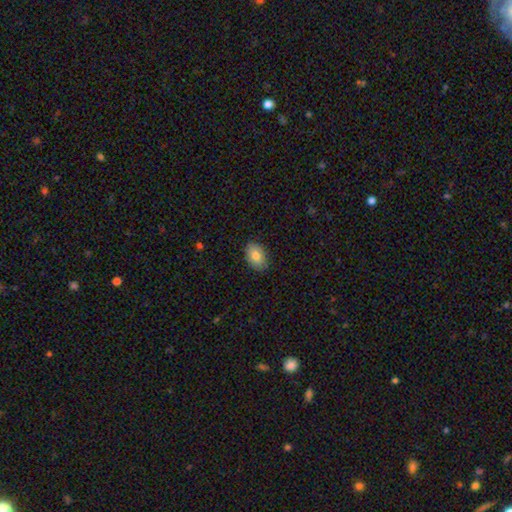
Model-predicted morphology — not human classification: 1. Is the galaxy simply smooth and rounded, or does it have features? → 80% smooth, 13% featured or disk, 7% star or artifact.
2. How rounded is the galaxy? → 85% in between, 14% round, 1% cigar-shaped.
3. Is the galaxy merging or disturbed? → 87% none, 10% minor disturbance, 2% major disturbance, 1% merger.